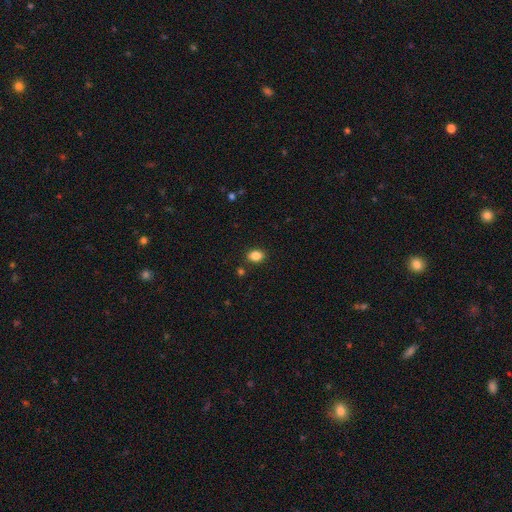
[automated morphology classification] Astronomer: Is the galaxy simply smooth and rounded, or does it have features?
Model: smooth — 86%.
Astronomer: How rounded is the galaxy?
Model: in between — 69%.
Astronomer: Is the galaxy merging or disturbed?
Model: none — 87%.